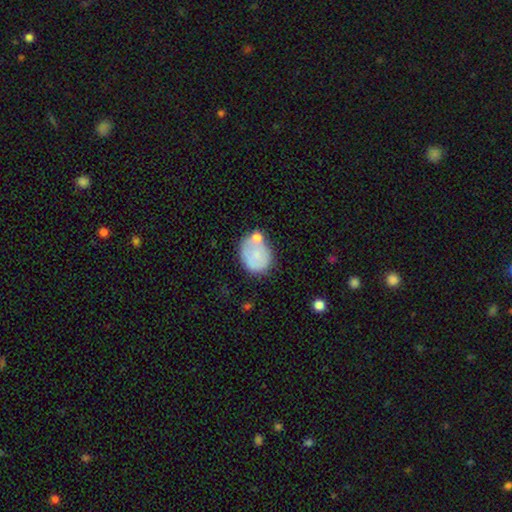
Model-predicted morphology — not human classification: smooth 69%, featured or disk 23%, star or artifact 8%. Down the decision tree: how rounded — round (55%); merging — none (48%).